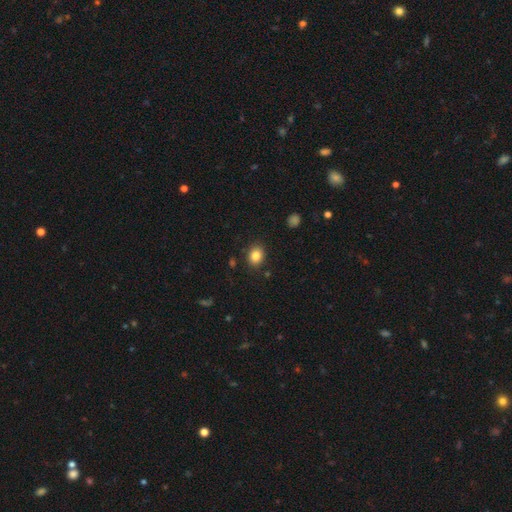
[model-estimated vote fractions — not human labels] smooth 83%, star or artifact 10%, featured or disk 7%. Down the decision tree: how rounded — in between (50%); merging — none (86%).